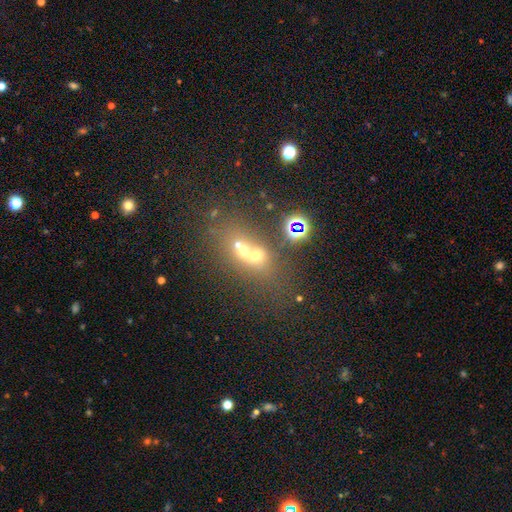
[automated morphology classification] type=smooth (51%); roundness=round (57%); merging=merger (60%).